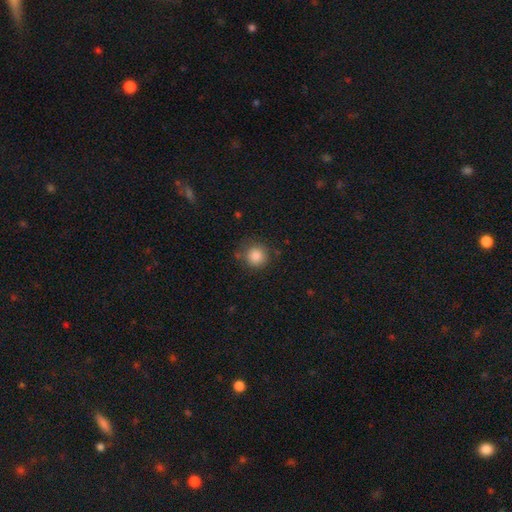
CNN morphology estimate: The model was most divided on "merging": none: 78%, minor disturbance: 15%, major disturbance: 5%, merger: 3%. More confident: how rounded — round (93%); smooth or featured — smooth (86%).